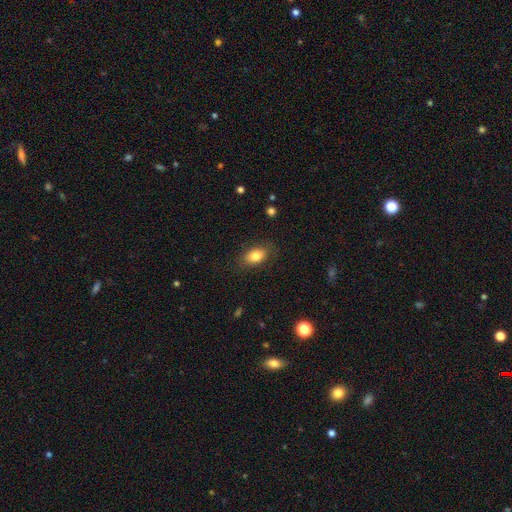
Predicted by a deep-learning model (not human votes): Smooth or featured? smooth (82%)
How rounded? in between (85%)
Merging? none (84%)